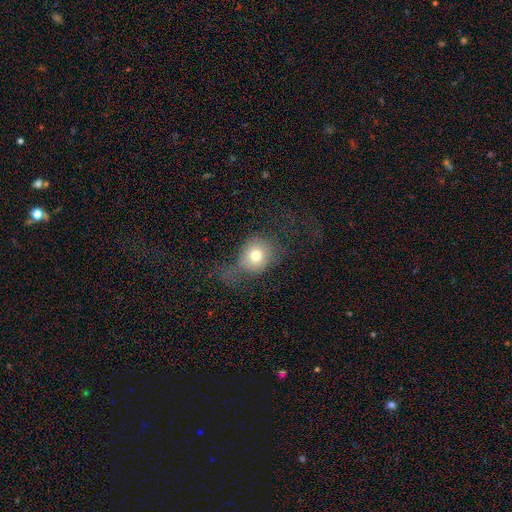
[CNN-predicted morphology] Smooth or featured: smooth — 71% (featured or disk — 17%)
How rounded: round — 75% (in between — 23%)
Merging: none — 42% (major disturbance — 32%)